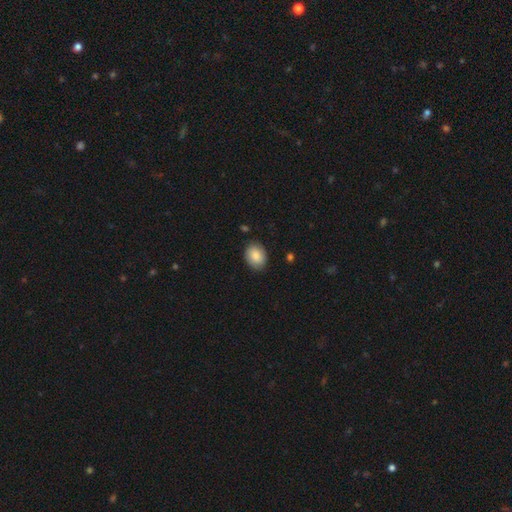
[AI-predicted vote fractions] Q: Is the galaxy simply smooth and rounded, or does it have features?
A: smooth — 86%.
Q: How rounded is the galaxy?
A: in between — 70%.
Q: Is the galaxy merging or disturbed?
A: none — 84%.